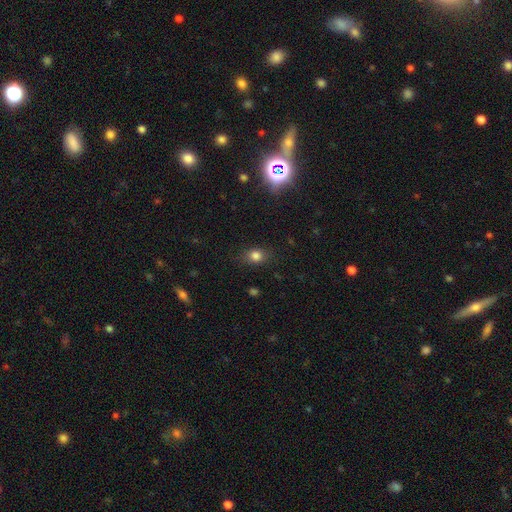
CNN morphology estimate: smooth-or-featured: smooth: 80% | star or artifact: 13% | featured or disk: 7%
  how-rounded: in between: 51% | round: 47% | cigar-shaped: 2%
  merging: none: 82% | minor disturbance: 13% | major disturbance: 4% | merger: 1%